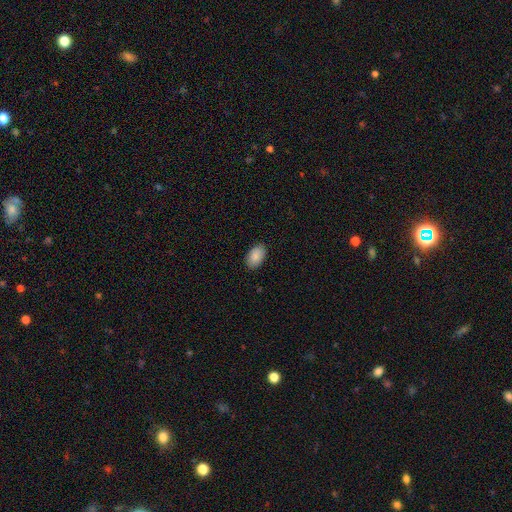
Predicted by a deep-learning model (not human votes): This appears to be a smooth galaxy with no disk features (89%) that is in between round and cigar-shaped (91%). Merging: none (88%).